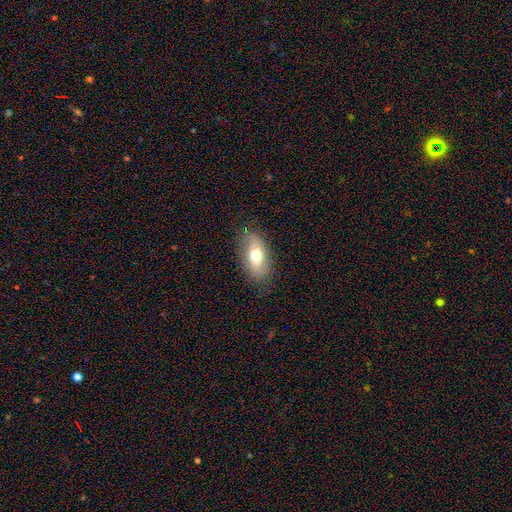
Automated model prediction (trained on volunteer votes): This is likely a smooth galaxy (61%). How rounded: clearly in between (88%). Merging: likely none (79%).